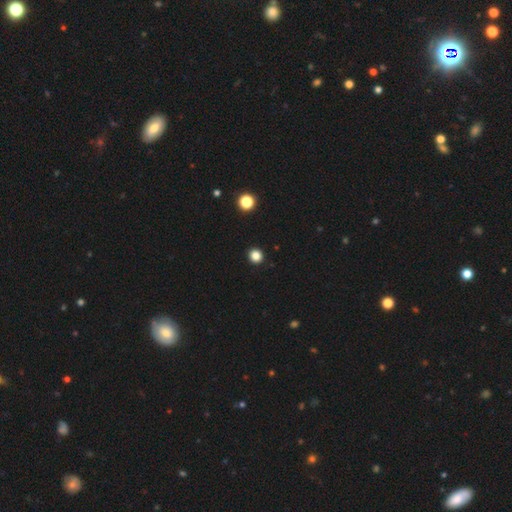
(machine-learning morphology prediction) Smooth or featured?
  - smooth: 84% *
  - star or artifact: 13%
  - featured or disk: 3%
How rounded?
  - round: 92% *
  - in between: 7%
  - cigar-shaped: 1%
Merging?
  - none: 94% *
  - minor disturbance: 4%
  - major disturbance: 1%
  - merger: 1%